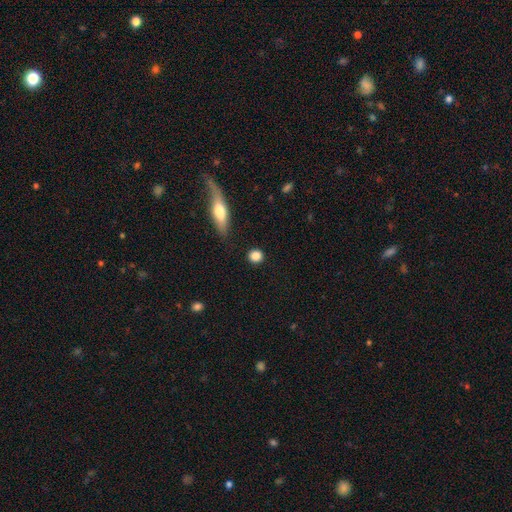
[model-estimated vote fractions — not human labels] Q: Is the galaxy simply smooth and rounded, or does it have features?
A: smooth — 85%.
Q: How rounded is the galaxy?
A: round — 85%.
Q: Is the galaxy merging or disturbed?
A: none — 88%.